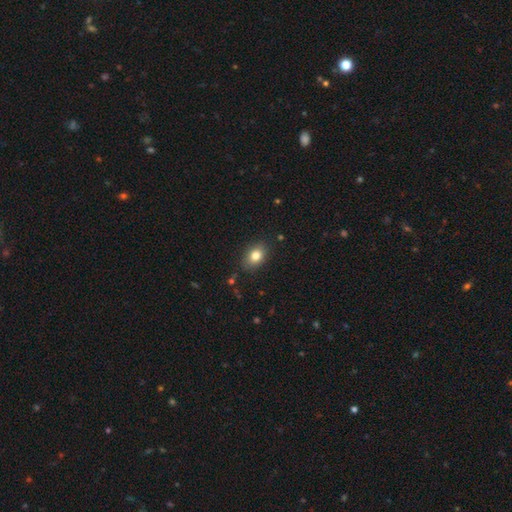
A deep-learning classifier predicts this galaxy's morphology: type=smooth (81%); roundness=in between (76%); merging=none (85%).